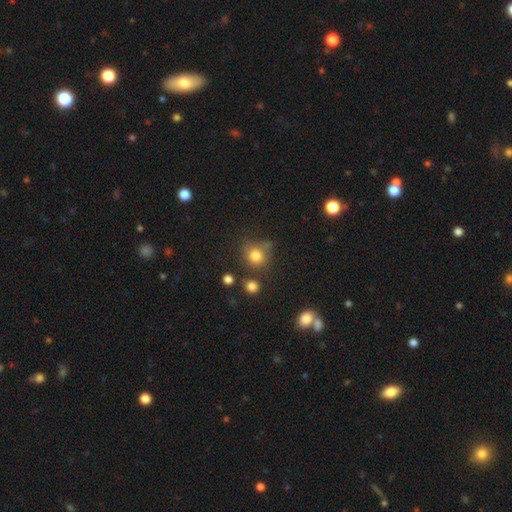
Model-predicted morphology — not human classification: smooth-or-featured: smooth: 80% | star or artifact: 13% | featured or disk: 7%
  how-rounded: round: 83% | in between: 16% | cigar-shaped: 1%
  merging: none: 66% | minor disturbance: 18% | merger: 10% | major disturbance: 7%